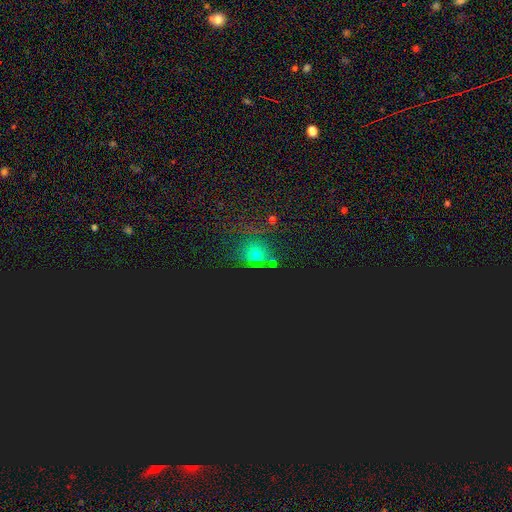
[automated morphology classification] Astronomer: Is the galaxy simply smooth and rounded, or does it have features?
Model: star or artifact — 55% (runner-up: smooth, 33%).